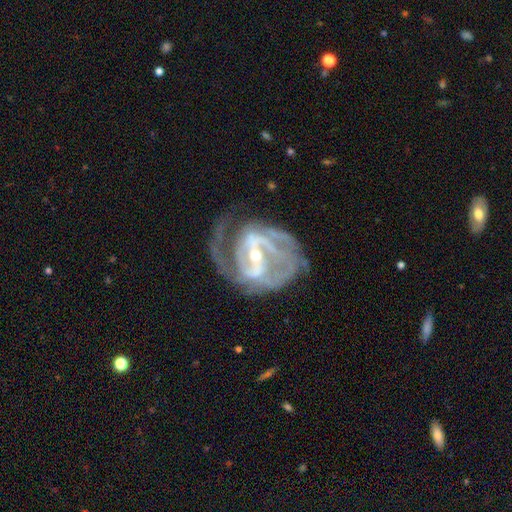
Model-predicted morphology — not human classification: type=featured or disk (90%); edge-on=no (97%); bar=strong (58%); spiral arms=yes (94%); winding=medium (44%); arm count=2 (55%); bulge=small (58%); merging=none (49%).